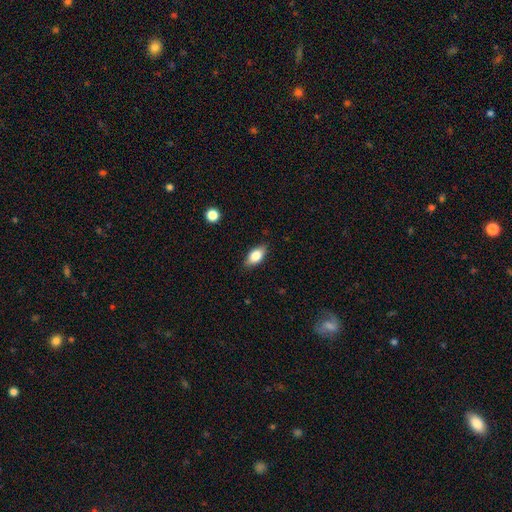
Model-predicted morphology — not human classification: Smooth or featured: smooth — 77% (featured or disk — 15%)
How rounded: in between — 87% (cigar-shaped — 7%)
Merging: none — 85% (minor disturbance — 12%)